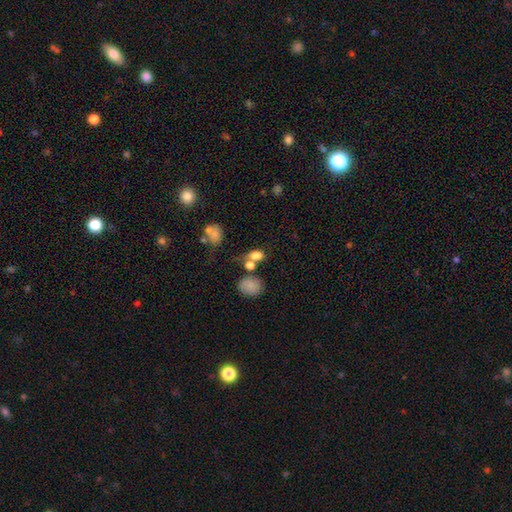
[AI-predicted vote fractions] A smooth galaxy with no disk features (76%) that is in between round and cigar-shaped (71%). Merging: none (42%).